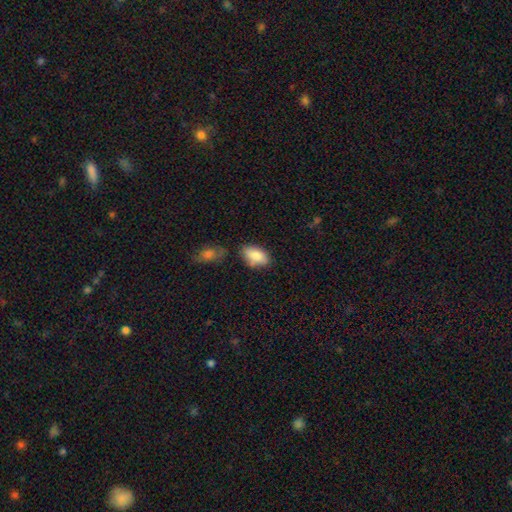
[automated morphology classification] Smooth or featured: smooth — 84% (featured or disk — 9%)
How rounded: in between — 92% (round — 4%)
Merging: none — 69% (minor disturbance — 19%)